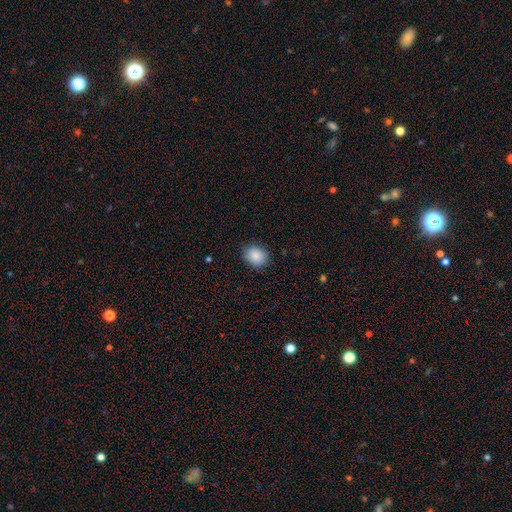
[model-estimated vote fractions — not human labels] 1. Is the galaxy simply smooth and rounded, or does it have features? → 88% smooth, 8% star or artifact, 4% featured or disk.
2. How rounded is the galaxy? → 51% round, 48% in between, 1% cigar-shaped.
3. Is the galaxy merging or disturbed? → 86% none, 11% minor disturbance, 3% major disturbance, 1% merger.